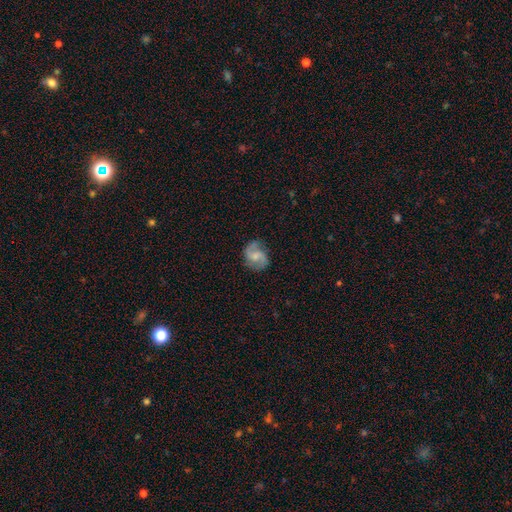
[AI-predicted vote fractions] A featured or disk galaxy (77%) with no bar (48%), 2 (89%) medium (51%) spiral arms (96%) and a moderate central bulge (39%). Merging: none (75%).